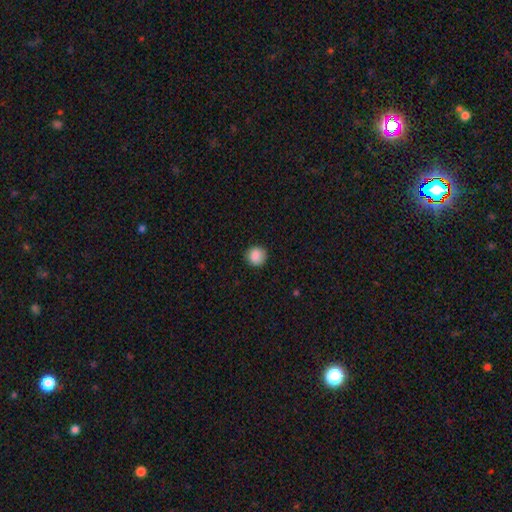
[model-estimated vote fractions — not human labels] The model was most divided on "smooth or featured": smooth: 88%, star or artifact: 9%, featured or disk: 4%. More confident: how rounded — round (93%); merging — none (89%).